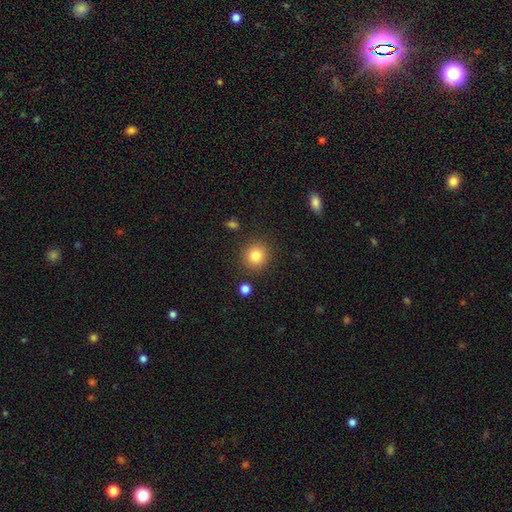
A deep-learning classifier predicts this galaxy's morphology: type=smooth (83%); roundness=round (91%); merging=none (88%).